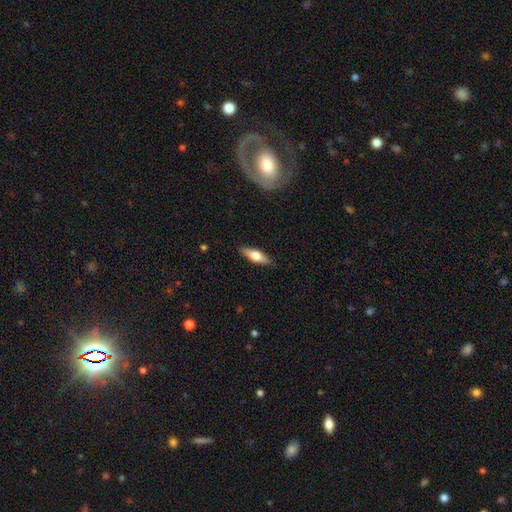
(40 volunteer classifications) A smooth galaxy with no disk features (60%) that is cigar-shaped (54%). Merging: none (95%).